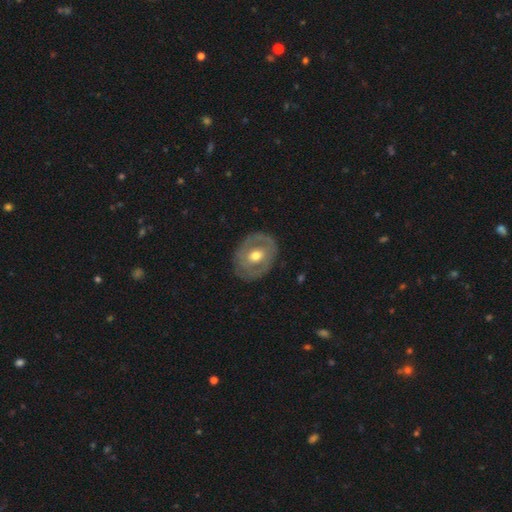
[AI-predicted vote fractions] This is possibly a featured or disk galaxy (59%). It is clearly not viewed edge-on (94%). Bar: likely no (65%). Spiral arm pattern: likely no (68%). Central bulge: likely moderate (77%). Merging: likely none (79%).